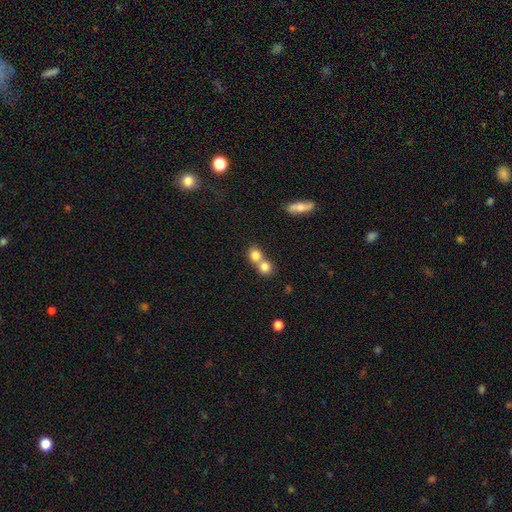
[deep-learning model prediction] Smooth or featured: smooth — 80% (featured or disk — 10%)
How rounded: round — 79% (in between — 19%)
Merging: merger — 59% (none — 34%)